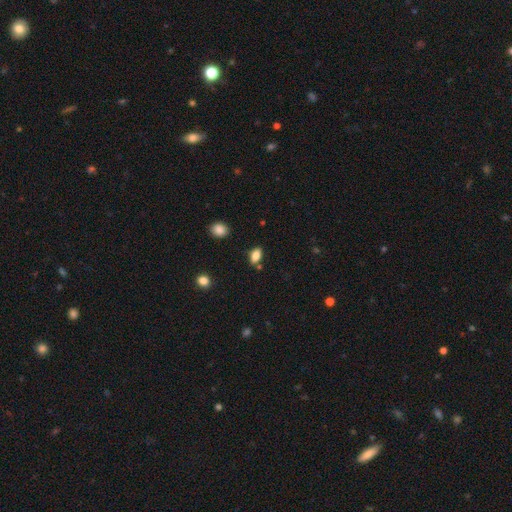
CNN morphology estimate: smooth-or-featured: smooth: 83% | star or artifact: 9% | featured or disk: 8%
  how-rounded: in between: 89% | round: 6% | cigar-shaped: 5%
  merging: none: 78% | minor disturbance: 13% | merger: 7% | major disturbance: 3%